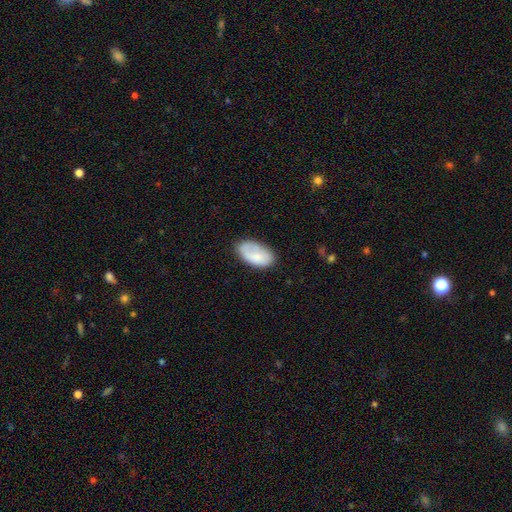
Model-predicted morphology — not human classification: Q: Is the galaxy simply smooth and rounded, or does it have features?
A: smooth — 76%.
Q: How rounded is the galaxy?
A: in between — 94%.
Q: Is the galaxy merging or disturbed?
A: none — 66%.